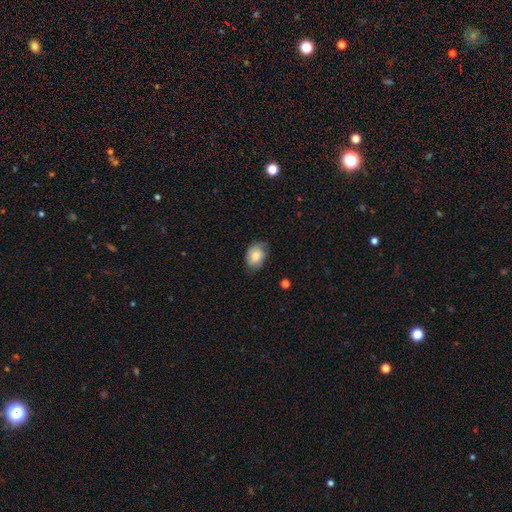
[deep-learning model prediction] Morphology: type=smooth (77%); roundness=in between (71%); merging=none (64%).